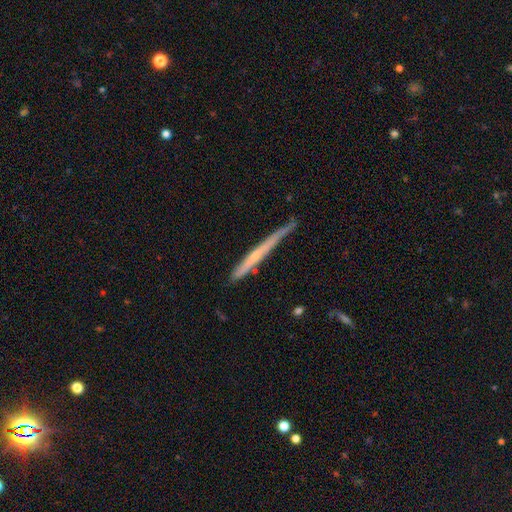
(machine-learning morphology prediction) A featured or disk galaxy (57%) viewed edge-on (95%) with no central bulge (64%). Merging: none (67%).